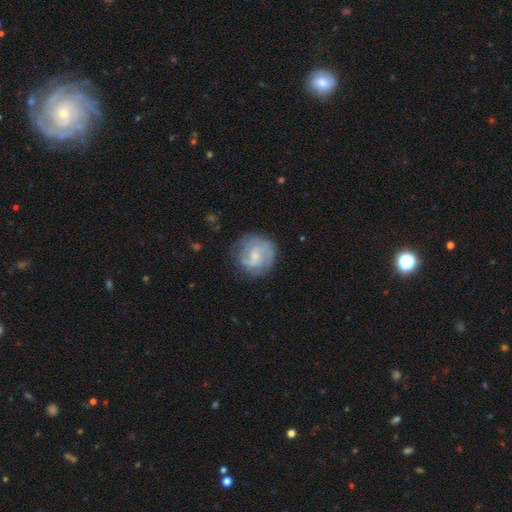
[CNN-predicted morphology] Q: Smooth or featured?
A: featured or disk (74%); runner-up: smooth (21%)
Q: Edge-on disk?
A: no (98%); runner-up: yes (2%)
Q: Bar?
A: no (47%); runner-up: weak (46%)
Q: Spiral arms?
A: yes (91%); runner-up: no (9%)
Q: Spiral winding?
A: tight (43%); runner-up: medium (42%)
Q: Spiral arm count?
A: 2 (58%); runner-up: can't tell (21%)
Q: Bulge size?
A: small (55%); runner-up: moderate (31%)
Q: Merging?
A: none (74%); runner-up: minor disturbance (17%)